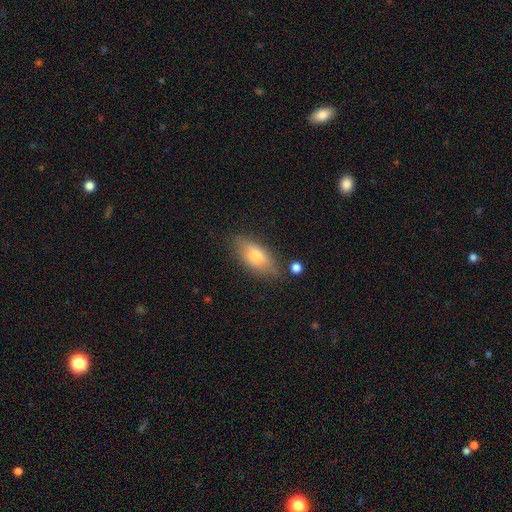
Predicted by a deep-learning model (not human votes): Morphology: type=smooth (70%); roundness=in between (77%); merging=none (75%).